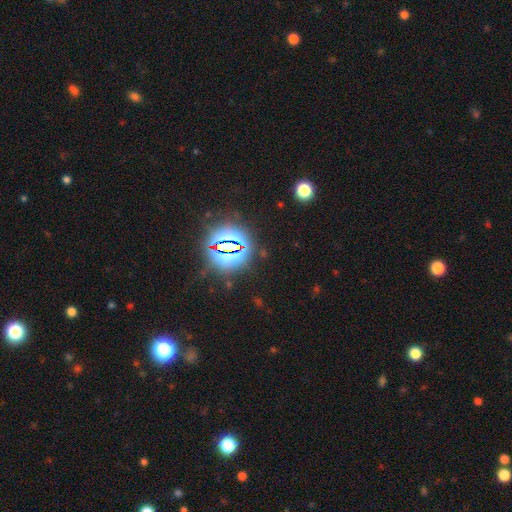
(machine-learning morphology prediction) Smooth or featured? star or artifact (85%)